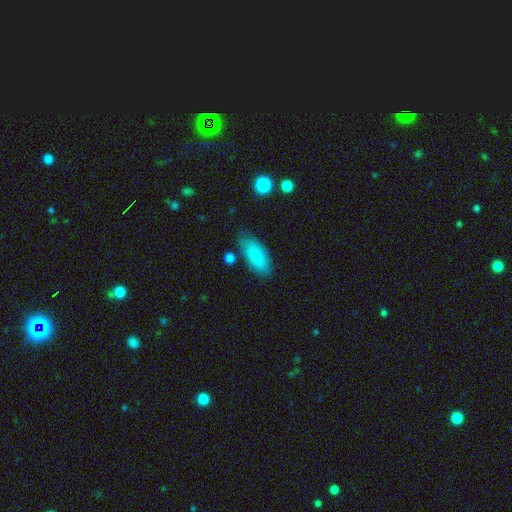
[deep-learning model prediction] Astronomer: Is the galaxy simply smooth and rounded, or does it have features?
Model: smooth — 83%.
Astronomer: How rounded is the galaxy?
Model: in between — 90%.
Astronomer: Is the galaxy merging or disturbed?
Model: none — 76%.